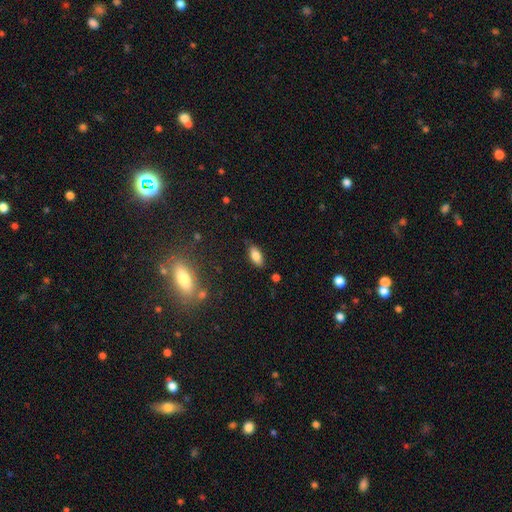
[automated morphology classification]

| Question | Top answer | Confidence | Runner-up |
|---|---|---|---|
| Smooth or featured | smooth | 81% | featured or disk (11%) |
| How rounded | in between | 87% | cigar-shaped (10%) |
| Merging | none | 81% | minor disturbance (14%) |